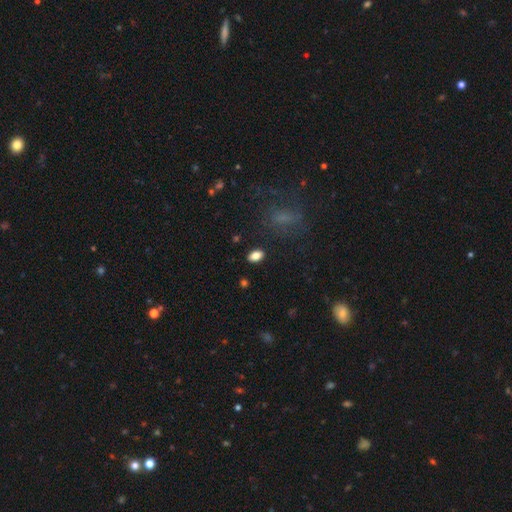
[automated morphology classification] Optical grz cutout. It shows a smooth galaxy with no disk features (83%) that is in between round and cigar-shaped (88%). Merging: none (87%).